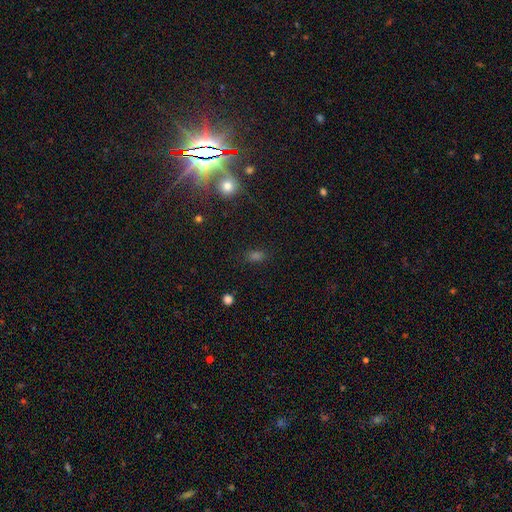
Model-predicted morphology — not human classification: This is possibly a smooth galaxy (52%). How rounded: likely in between (70%). Merging: likely none (77%).